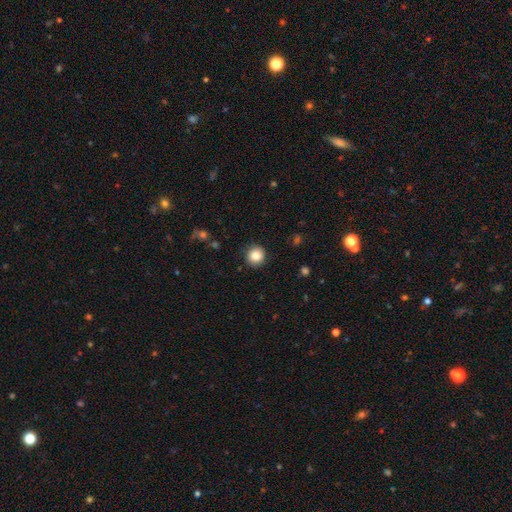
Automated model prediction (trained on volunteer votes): Smooth or featured?
  - smooth: 85% *
  - star or artifact: 9%
  - featured or disk: 5%
How rounded?
  - round: 91% *
  - in between: 8%
  - cigar-shaped: 1%
Merging?
  - none: 89% *
  - minor disturbance: 8%
  - major disturbance: 2%
  - merger: 1%